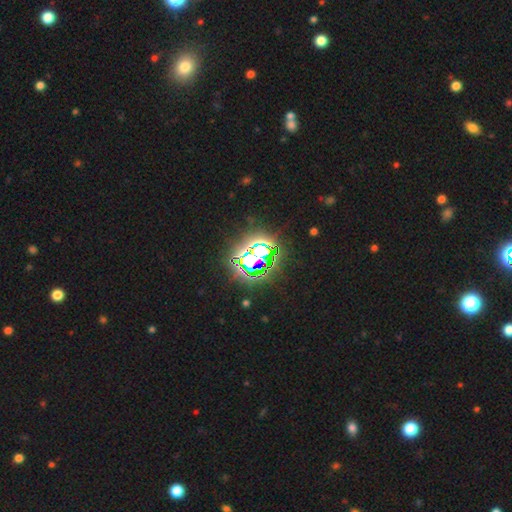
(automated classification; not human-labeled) Smooth or featured? star or artifact (77%)